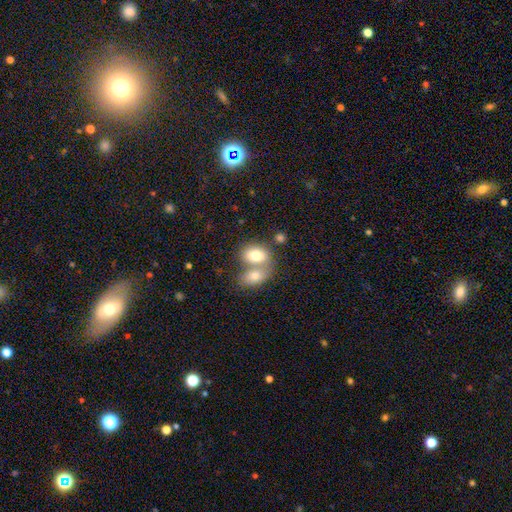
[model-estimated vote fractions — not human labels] Q: Smooth or featured?
A: smooth (77%); runner-up: featured or disk (16%)
Q: How rounded?
A: in between (77%); runner-up: round (21%)
Q: Merging?
A: merger (62%); runner-up: none (27%)